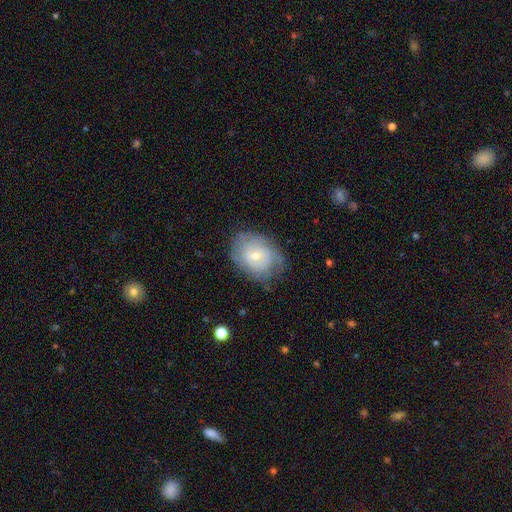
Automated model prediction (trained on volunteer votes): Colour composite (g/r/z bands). It shows a featured or disk galaxy (52%) with no bar (59%), spiral arms (75%) and a small central bulge (54%). Merging: none (67%).